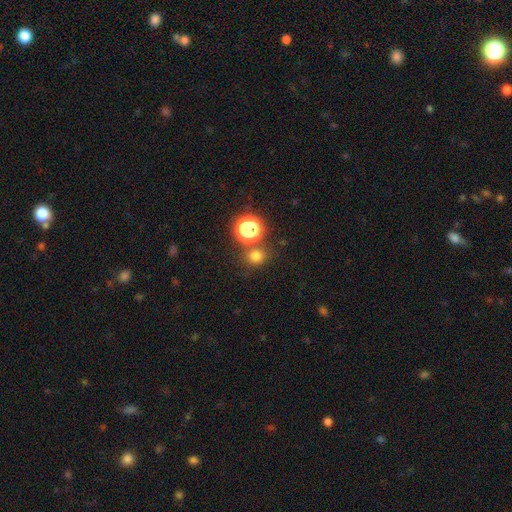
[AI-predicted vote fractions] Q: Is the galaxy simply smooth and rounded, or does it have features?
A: smooth — 70%.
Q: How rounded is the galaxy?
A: round — 85%.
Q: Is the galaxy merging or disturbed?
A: none — 75%.